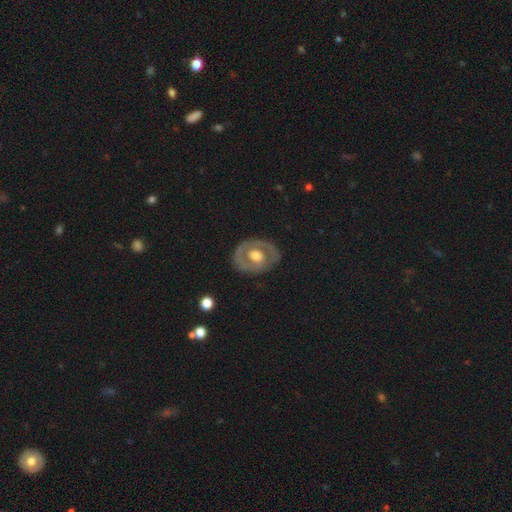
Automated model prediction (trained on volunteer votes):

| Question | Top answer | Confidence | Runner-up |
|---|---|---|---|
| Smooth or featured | featured or disk | 67% | smooth (28%) |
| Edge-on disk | no | 94% | yes (6%) |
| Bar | no | 73% | weak (21%) |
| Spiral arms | no | 69% | yes (31%) |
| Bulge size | moderate | 58% | large (33%) |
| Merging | none | 80% | minor disturbance (14%) |